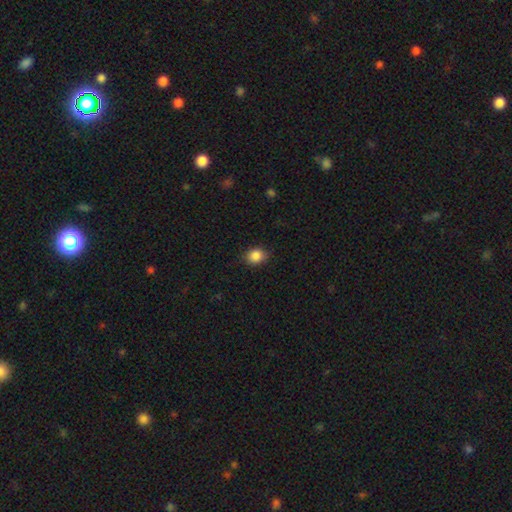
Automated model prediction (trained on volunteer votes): Smooth or featured: smooth — 86% (star or artifact — 10%)
How rounded: round — 60% (in between — 39%)
Merging: none — 83% (minor disturbance — 13%)